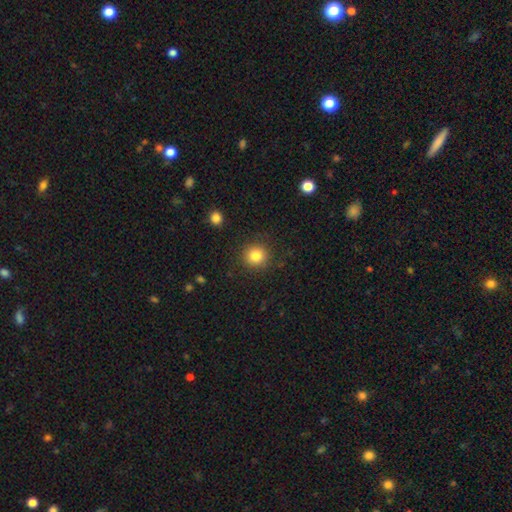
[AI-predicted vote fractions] Smooth or featured?
  - smooth: 83% *
  - star or artifact: 11%
  - featured or disk: 6%
How rounded?
  - round: 92% *
  - in between: 7%
  - cigar-shaped: 1%
Merging?
  - none: 89% *
  - minor disturbance: 7%
  - major disturbance: 3%
  - merger: 1%